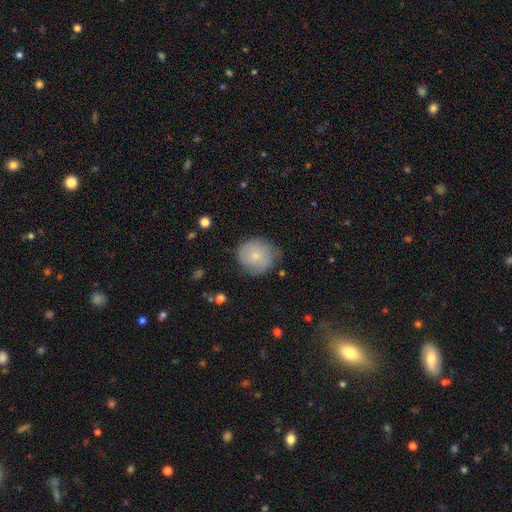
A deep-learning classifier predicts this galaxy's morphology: type=smooth (57%); roundness=round (85%); merging=none (66%).